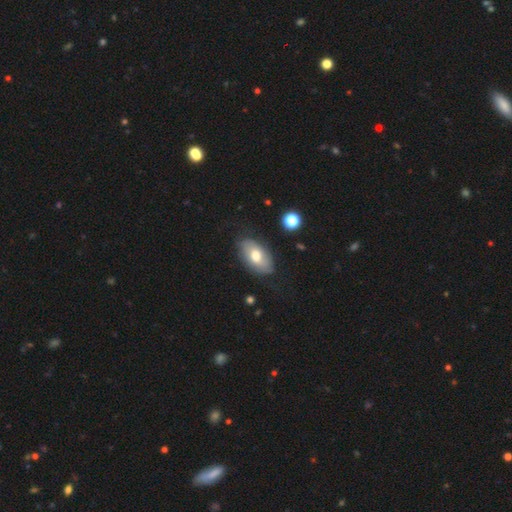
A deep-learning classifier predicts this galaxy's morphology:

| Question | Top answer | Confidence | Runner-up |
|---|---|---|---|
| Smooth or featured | smooth | 62% | featured or disk (31%) |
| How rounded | in between | 93% | round (5%) |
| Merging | none | 75% | minor disturbance (18%) |